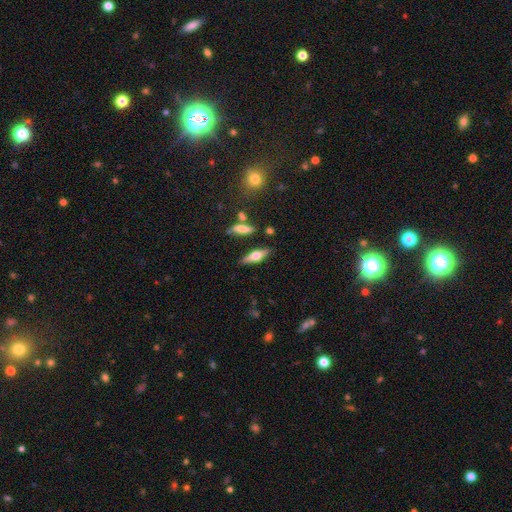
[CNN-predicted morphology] A featured or disk galaxy (53%) viewed edge-on (93%). Merging: none (82%).